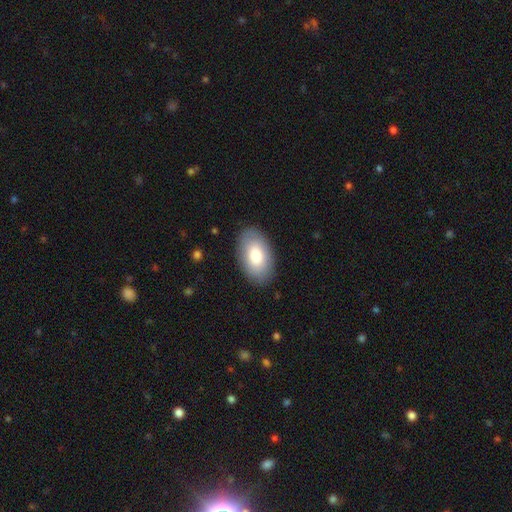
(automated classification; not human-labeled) A smooth galaxy with no disk features (81%) that is in between round and cigar-shaped (95%). Merging: none (87%).